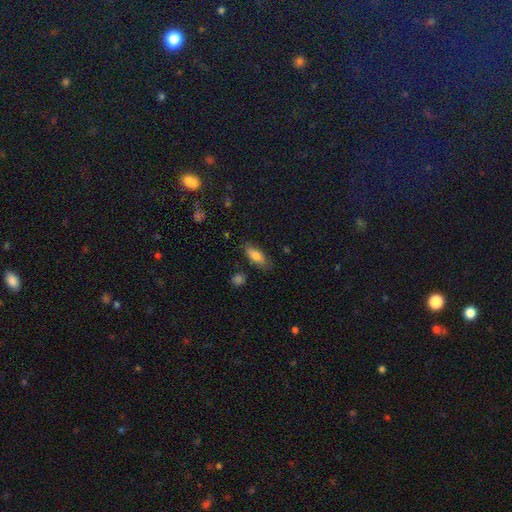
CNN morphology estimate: Q: Smooth or featured?
A: smooth (78%); runner-up: featured or disk (15%)
Q: How rounded?
A: in between (72%); runner-up: cigar-shaped (25%)
Q: Merging?
A: none (77%); runner-up: minor disturbance (17%)